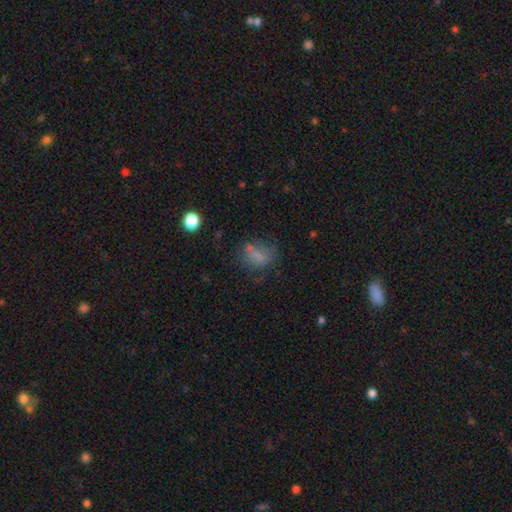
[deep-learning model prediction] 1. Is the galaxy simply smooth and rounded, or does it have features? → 61% smooth, 21% featured or disk, 17% star or artifact.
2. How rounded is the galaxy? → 60% in between, 35% round, 4% cigar-shaped.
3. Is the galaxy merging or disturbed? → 48% none, 23% minor disturbance, 21% major disturbance, 8% merger.